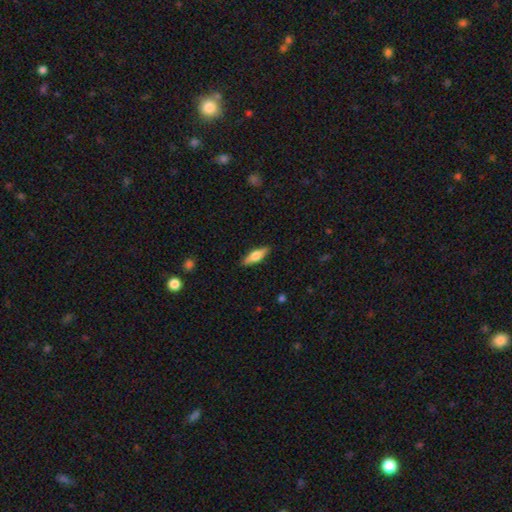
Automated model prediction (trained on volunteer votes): A smooth galaxy with no disk features (59%) that is in between round and cigar-shaped (50%).

Vote fractions:
- Smooth or featured? smooth: 59% / featured or disk: 35% / star or artifact: 6%
- How rounded? in between: 50% / cigar-shaped: 48% / round: 3%
- Merging? none: 88% / minor disturbance: 9% / major disturbance: 2% / merger: 1%